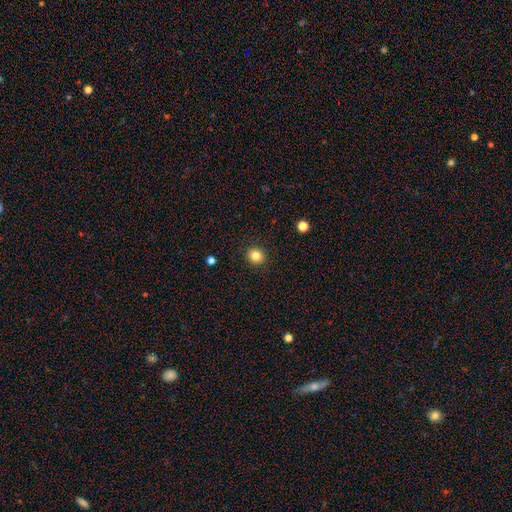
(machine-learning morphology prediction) type=smooth (84%); roundness=round (86%); merging=none (92%).